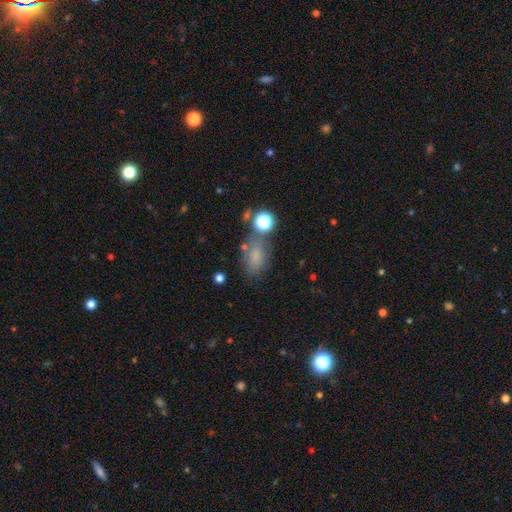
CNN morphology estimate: A smooth galaxy with no disk features (71%) that is in between round and cigar-shaped (81%). Merging: none (59%).